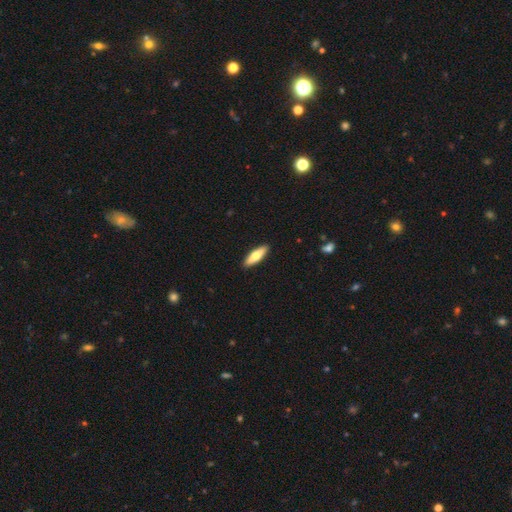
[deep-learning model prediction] Smooth or featured: smooth — 62% (featured or disk — 33%)
How rounded: cigar-shaped — 56% (in between — 42%)
Merging: none — 91% (minor disturbance — 7%)